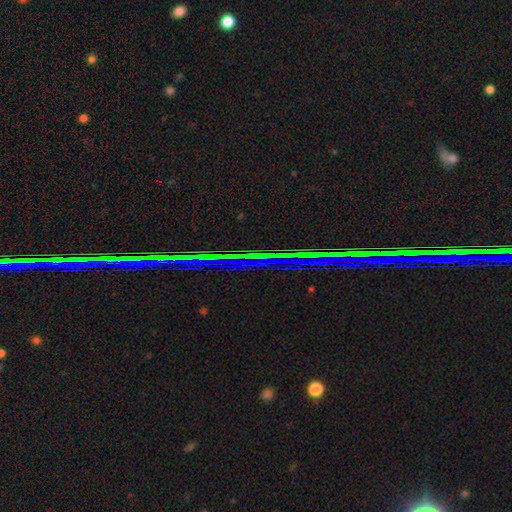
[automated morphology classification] Smooth or featured? Predicted: star or artifact (p=0.88).